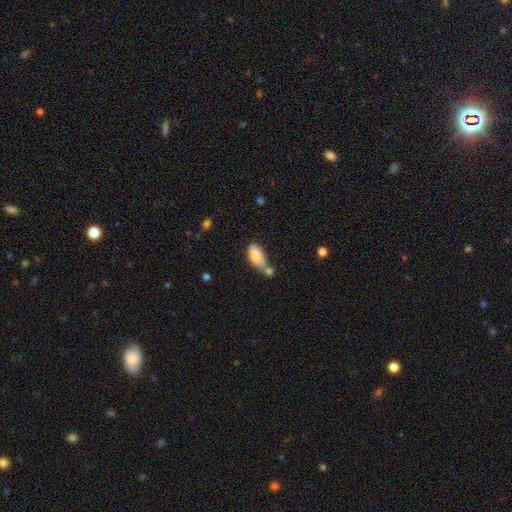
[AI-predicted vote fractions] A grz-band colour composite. It shows a smooth galaxy with no disk features (82%) that is in between round and cigar-shaped (90%). Merging: none (38%).